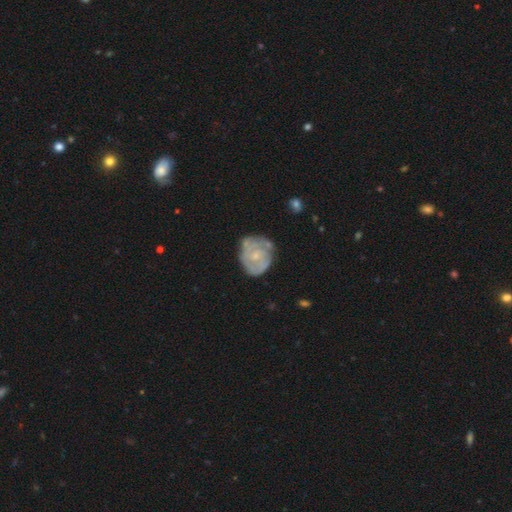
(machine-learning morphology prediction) Overall: featured or disk (69%). Edge-on disk: no (98%). Bar: no (74%). Spiral arms: yes (70%; no 30%). Bulge size: small (61%; moderate 28%). Merging: none (59%; minor disturbance 27%).